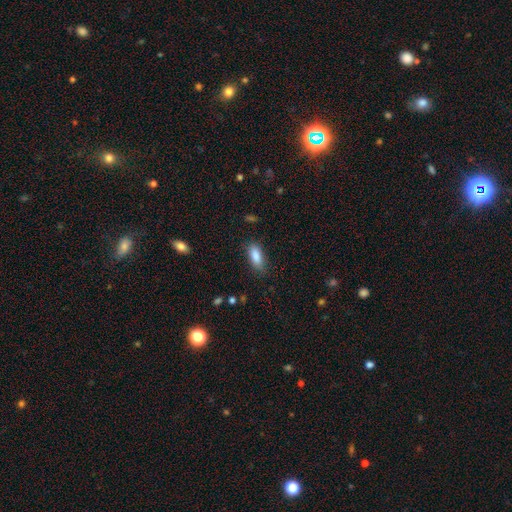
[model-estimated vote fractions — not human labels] A smooth galaxy with no disk features (87%) that is in between round and cigar-shaped (79%).

Vote fractions:
- Smooth or featured? smooth: 87% / star or artifact: 7% / featured or disk: 6%
- How rounded? in between: 79% / cigar-shaped: 18% / round: 2%
- Merging? none: 79% / minor disturbance: 16% / major disturbance: 4% / merger: 1%